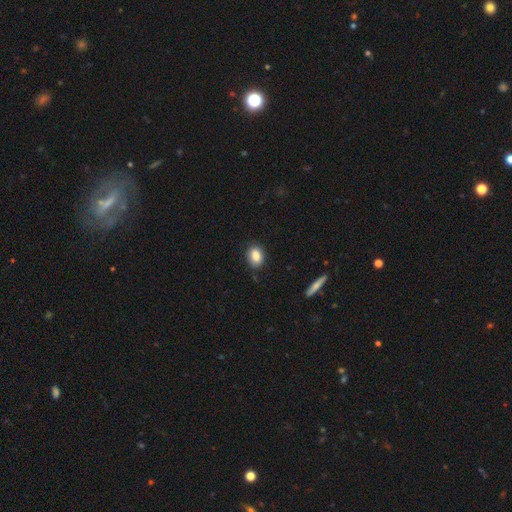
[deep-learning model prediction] smooth 85%, star or artifact 8%, featured or disk 7%. Down the decision tree: how rounded — in between (73%); merging — none (84%).